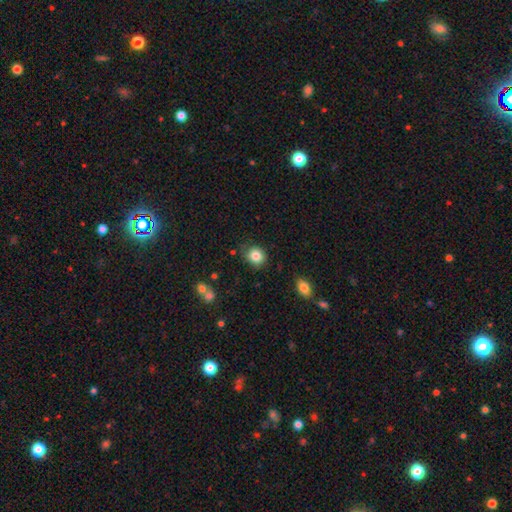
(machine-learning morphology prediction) Smooth or featured: smooth — 84% (star or artifact — 10%)
How rounded: round — 74% (in between — 25%)
Merging: none — 76% (minor disturbance — 18%)